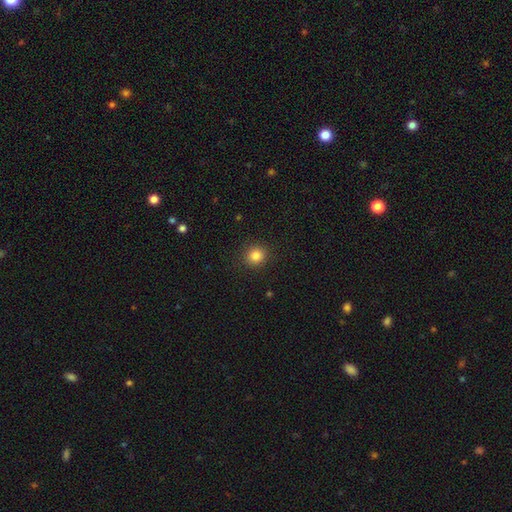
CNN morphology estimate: Smooth or featured?
  - smooth: 83% *
  - star or artifact: 12%
  - featured or disk: 5%
How rounded?
  - round: 88% *
  - in between: 11%
  - cigar-shaped: 1%
Merging?
  - none: 91% *
  - minor disturbance: 6%
  - major disturbance: 2%
  - merger: 1%